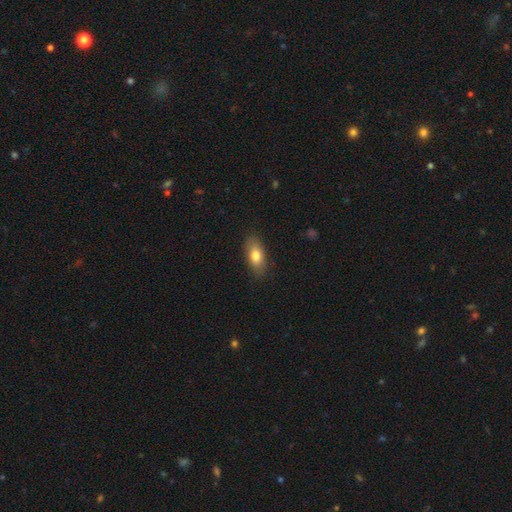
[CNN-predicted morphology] A smooth galaxy with no disk features (78%) that is in between round and cigar-shaped (84%).

Vote fractions:
- Smooth or featured? smooth: 78% / featured or disk: 15% / star or artifact: 7%
- How rounded? in between: 84% / cigar-shaped: 11% / round: 5%
- Merging? none: 85% / minor disturbance: 11% / major disturbance: 3% / merger: 1%